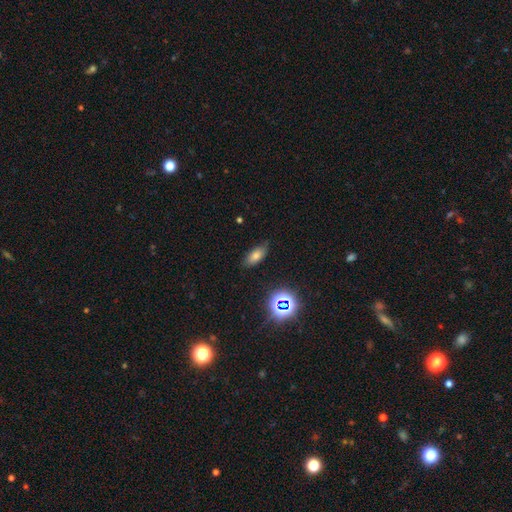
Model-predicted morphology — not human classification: smooth-or-featured: smooth: 72% | star or artifact: 17% | featured or disk: 12%
  how-rounded: in between: 86% | cigar-shaped: 9% | round: 6%
  merging: none: 79% | minor disturbance: 16% | major disturbance: 3% | merger: 2%